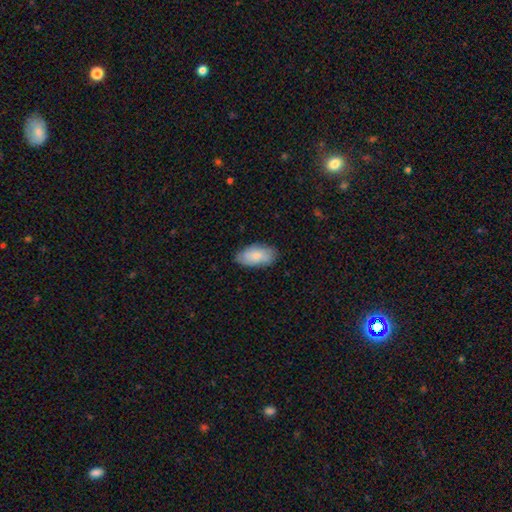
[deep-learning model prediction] smooth_or_featured: smooth (p=0.74) [alt: featured or disk p=0.21]
how_rounded: in between (p=0.94) [alt: round p=0.03]
merging: none (p=0.78) [alt: minor disturbance p=0.17]